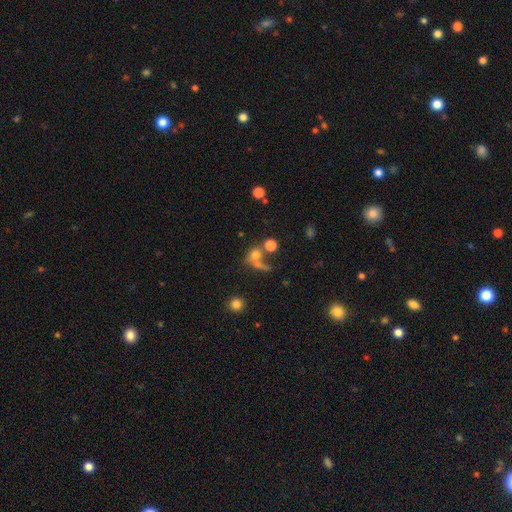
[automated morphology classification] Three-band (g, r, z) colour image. It shows a smooth galaxy with no disk features (67%) that is round (75%). Merging: merger (40%).